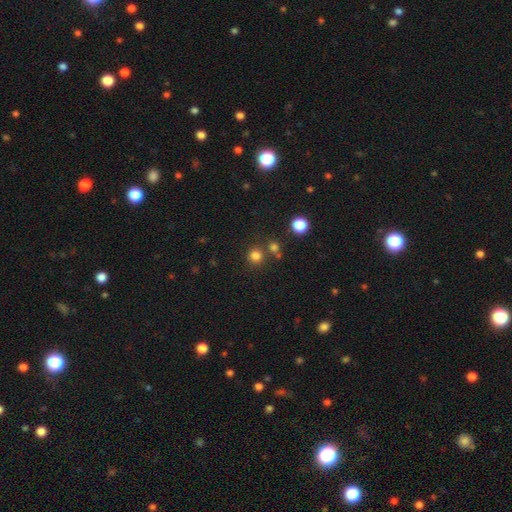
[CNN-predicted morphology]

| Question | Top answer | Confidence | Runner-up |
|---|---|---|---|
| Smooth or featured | smooth | 80% | star or artifact (15%) |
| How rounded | round | 92% | in between (7%) |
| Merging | none | 77% | merger (12%) |